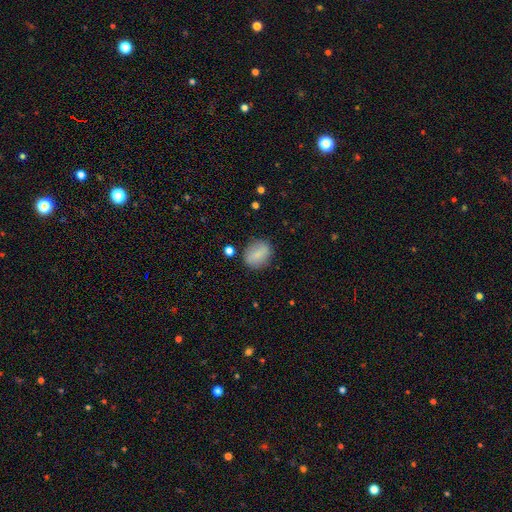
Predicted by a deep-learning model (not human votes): Overall: smooth (83%). How rounded: in between (56%; round 42%). Merging: none (79%).